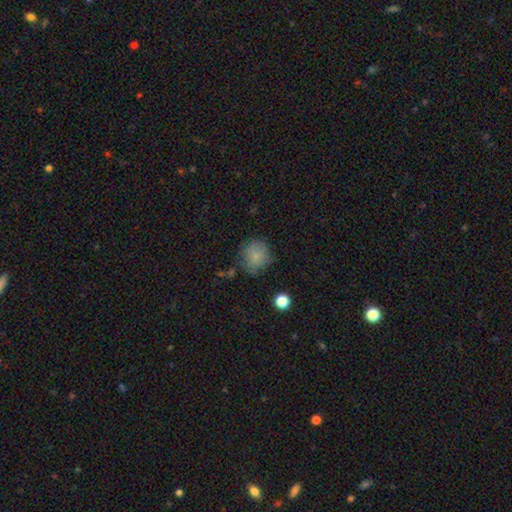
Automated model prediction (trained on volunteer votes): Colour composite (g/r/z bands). It shows a smooth galaxy with no disk features (78%) that is round (83%). Merging: none (65%).